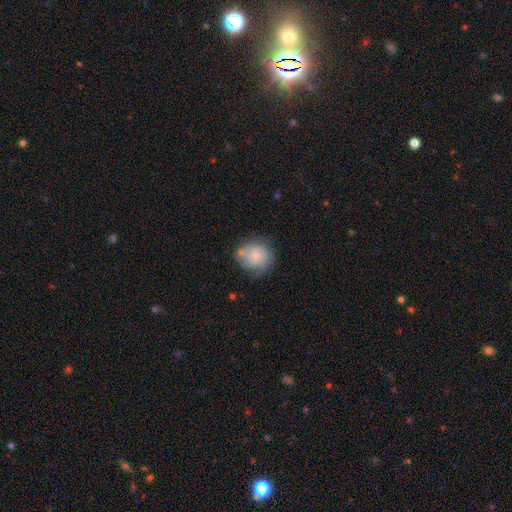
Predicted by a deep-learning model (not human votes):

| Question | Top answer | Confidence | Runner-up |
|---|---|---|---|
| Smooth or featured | smooth | 63% | featured or disk (29%) |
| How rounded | round | 80% | in between (19%) |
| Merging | none | 55% | minor disturbance (25%) |